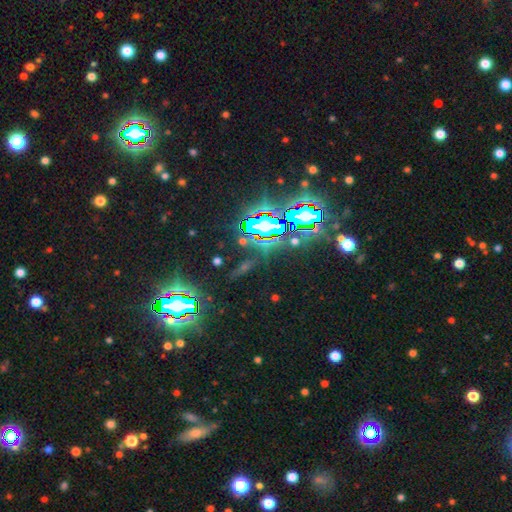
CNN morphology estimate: star or artifact 84%, smooth 9%, featured or disk 8%.